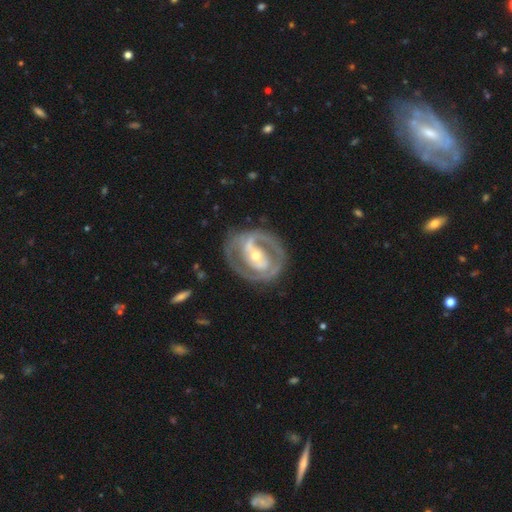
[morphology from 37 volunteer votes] Overall: featured or disk (86%). Edge-on disk: no (97%). Bar: no (42%; strong 39%). Spiral arms: yes (65%; no 35%). Spiral arm count: 2 (60%; 1 25%). Spiral winding: tight (35%, tied with medium). Bulge size: moderate (81%). Merging: none (69%).